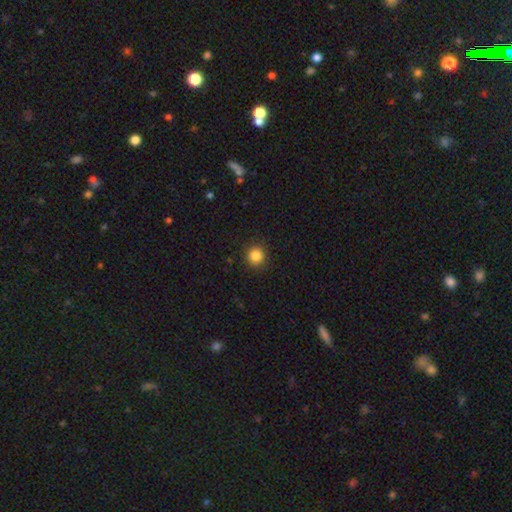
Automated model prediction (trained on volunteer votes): Smooth or featured? smooth (85%)
How rounded? round (93%)
Merging? none (90%)